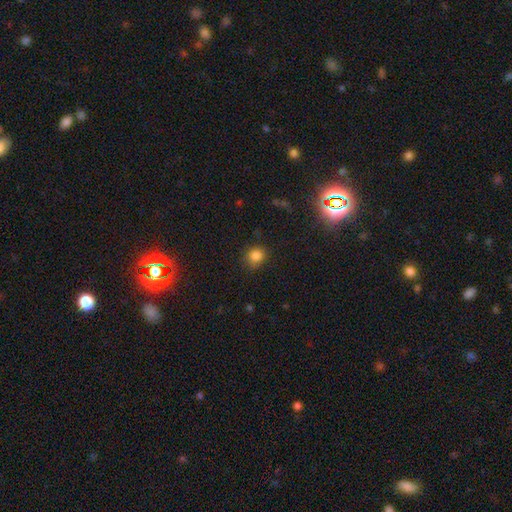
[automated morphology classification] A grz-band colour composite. It shows a smooth galaxy with no disk features (83%) that is round (80%). Merging: none (82%).